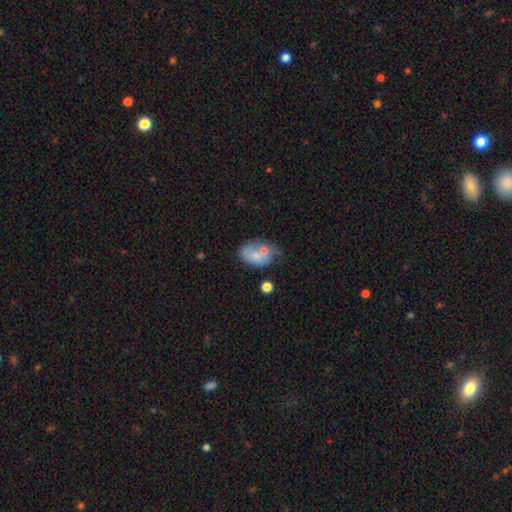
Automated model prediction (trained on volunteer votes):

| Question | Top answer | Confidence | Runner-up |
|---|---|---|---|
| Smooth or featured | smooth | 62% | featured or disk (30%) |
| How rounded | in between | 81% | round (18%) |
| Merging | merger | 33% | none (31%) |